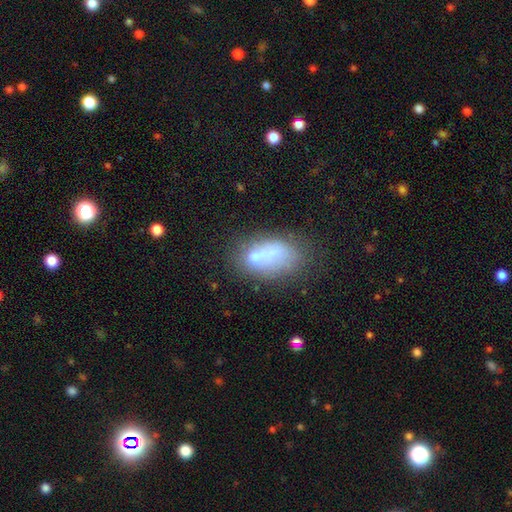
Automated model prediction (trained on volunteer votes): Smooth or featured? Predicted: smooth (p=0.64). How rounded? Predicted: in between (p=0.85). Merging? Predicted: none (p=0.50).